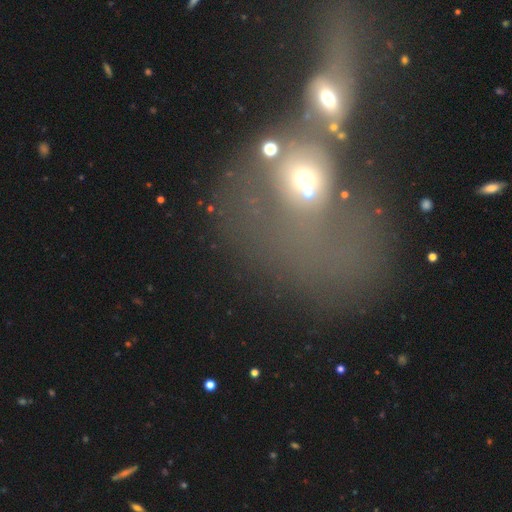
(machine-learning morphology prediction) Smooth or featured? Predicted: star or artifact (p=0.38).